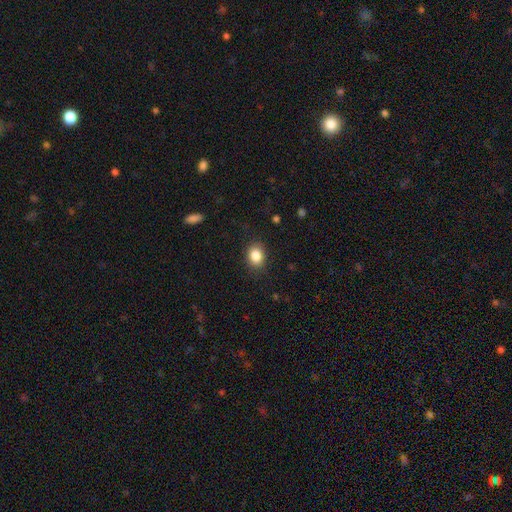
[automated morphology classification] Overall: smooth (85%). How rounded: in between (58%; round 41%). Merging: none (86%).